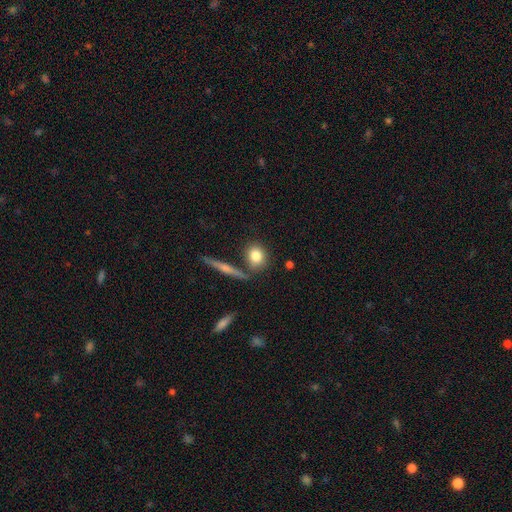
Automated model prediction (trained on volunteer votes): Q: Smooth or featured?
A: smooth (80%); runner-up: featured or disk (12%)
Q: How rounded?
A: round (68%); runner-up: in between (27%)
Q: Merging?
A: none (71%); runner-up: merger (13%)